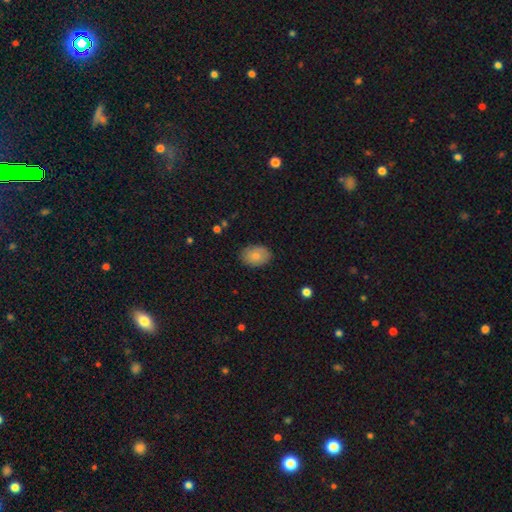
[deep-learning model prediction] This appears to be a smooth galaxy with no disk features (82%) that is in between round and cigar-shaped (81%). Merging: none (84%).